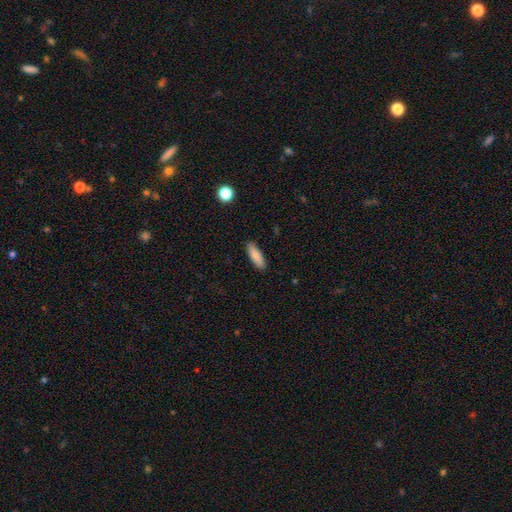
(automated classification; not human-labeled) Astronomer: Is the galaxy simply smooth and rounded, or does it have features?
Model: smooth — 87%.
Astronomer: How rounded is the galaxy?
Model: in between — 55% (runner-up: cigar-shaped, 44%).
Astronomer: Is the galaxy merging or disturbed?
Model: none — 88%.